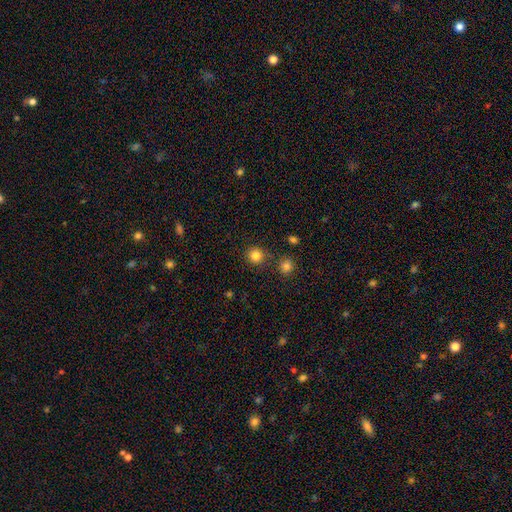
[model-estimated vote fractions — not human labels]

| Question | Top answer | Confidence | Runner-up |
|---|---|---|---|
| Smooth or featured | smooth | 83% | star or artifact (13%) |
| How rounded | round | 93% | in between (6%) |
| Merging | none | 84% | minor disturbance (7%) |